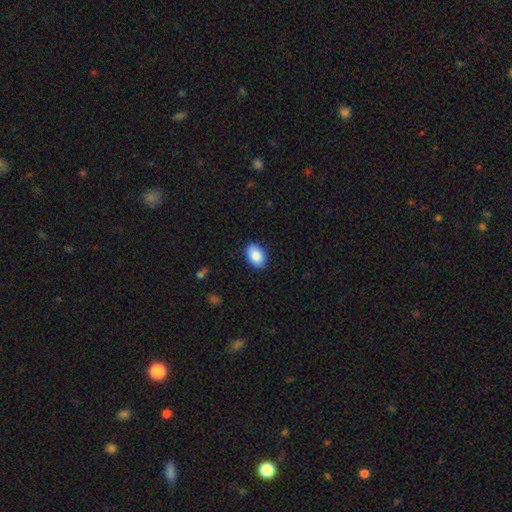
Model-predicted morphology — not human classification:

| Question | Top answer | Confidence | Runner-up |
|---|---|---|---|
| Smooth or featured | smooth | 88% | star or artifact (7%) |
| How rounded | in between | 90% | round (9%) |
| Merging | none | 88% | minor disturbance (9%) |